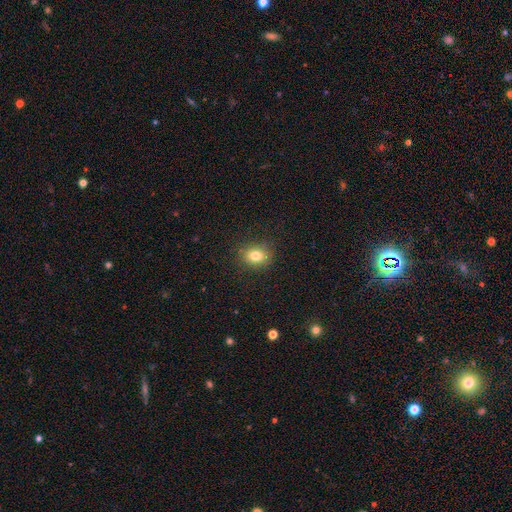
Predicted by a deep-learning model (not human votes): smooth-or-featured: smooth: 80% | star or artifact: 12% | featured or disk: 9%
  how-rounded: round: 51% | in between: 48% | cigar-shaped: 1%
  merging: none: 86% | minor disturbance: 10% | major disturbance: 3% | merger: 1%